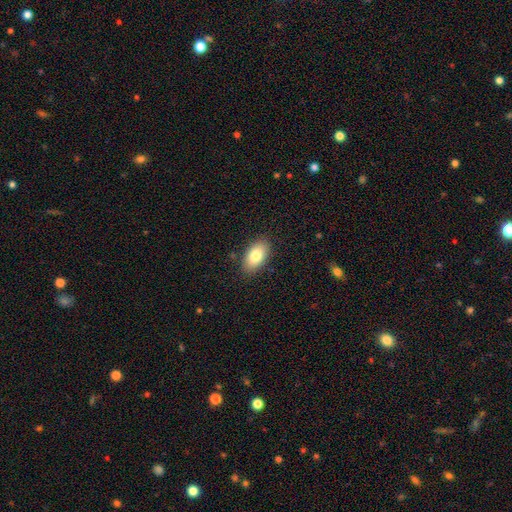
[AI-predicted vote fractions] smooth_or_featured: smooth (p=0.82) [alt: featured or disk p=0.11]
how_rounded: in between (p=0.93) [alt: round p=0.04]
merging: none (p=0.86) [alt: minor disturbance p=0.11]